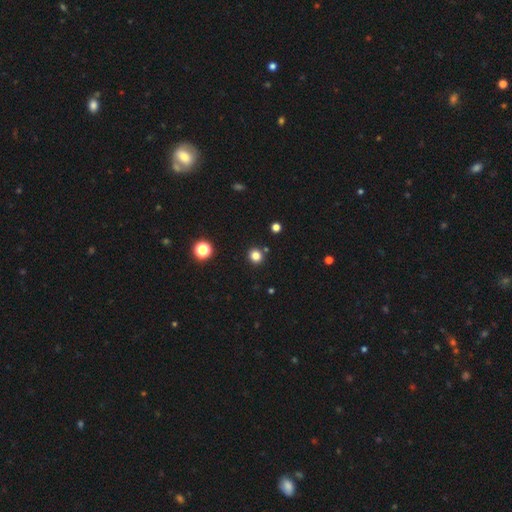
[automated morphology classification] The model was most divided on "smooth or featured": smooth: 82%, star or artifact: 14%, featured or disk: 4%. More confident: how rounded — round (89%); merging — none (88%).